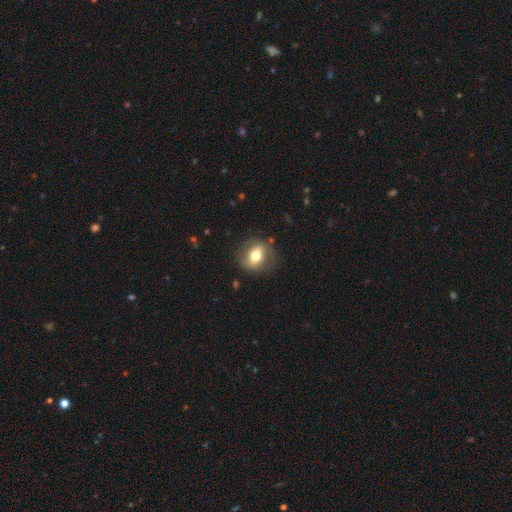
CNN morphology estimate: Q: Smooth or featured?
A: smooth (58%); runner-up: featured or disk (34%)
Q: How rounded?
A: in between (50%); runner-up: round (47%)
Q: Merging?
A: none (80%); runner-up: minor disturbance (13%)